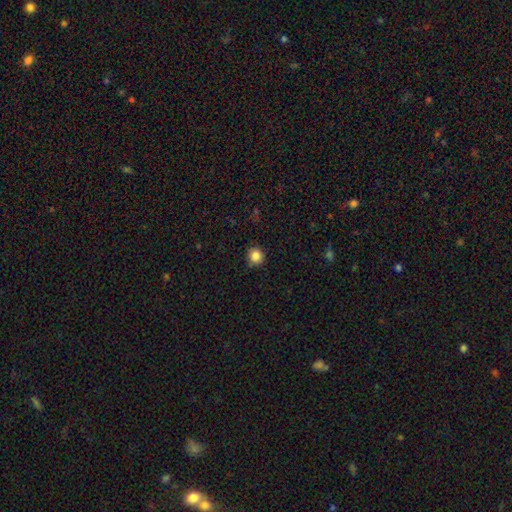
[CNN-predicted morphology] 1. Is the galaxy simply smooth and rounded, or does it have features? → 85% smooth, 11% star or artifact, 4% featured or disk.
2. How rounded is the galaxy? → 92% round, 7% in between, 1% cigar-shaped.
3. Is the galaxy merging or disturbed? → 89% none, 8% minor disturbance, 2% major disturbance, 1% merger.